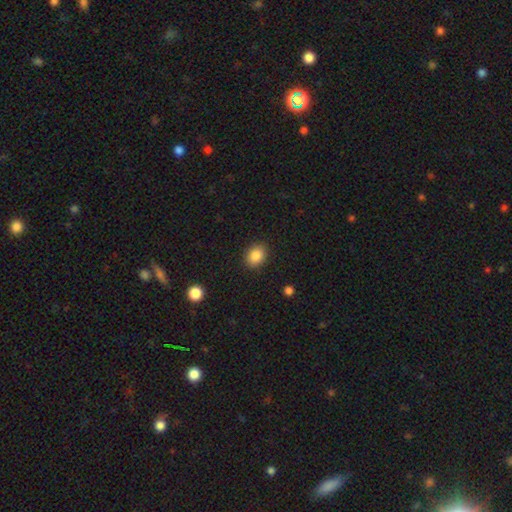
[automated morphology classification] This appears to be a smooth galaxy with no disk features (87%) that is in between round and cigar-shaped (57%). Merging: none (89%).